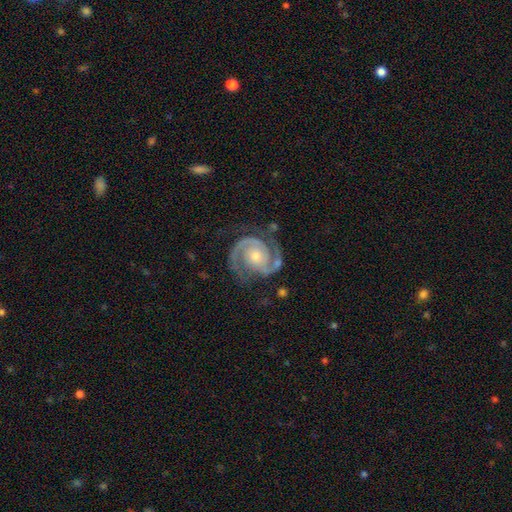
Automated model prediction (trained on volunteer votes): Overall: featured or disk (93%). Edge-on disk: no (98%). Bar: no (74%). Spiral arms: yes (99%). Spiral arm count: 2 (93%). Spiral winding: tight (55%; medium 39%). Bulge size: moderate (53%; small 42%). Merging: none (78%).